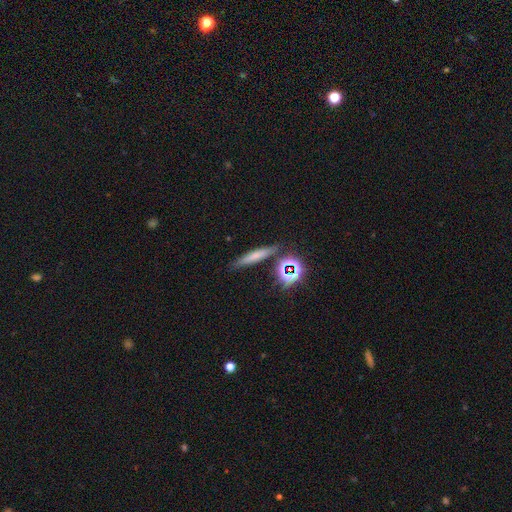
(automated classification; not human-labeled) smooth-or-featured: smooth: 62% | featured or disk: 21% | star or artifact: 17%
  how-rounded: cigar-shaped: 82% | in between: 11% | round: 7%
  merging: none: 81% | minor disturbance: 10% | merger: 6% | major disturbance: 3%